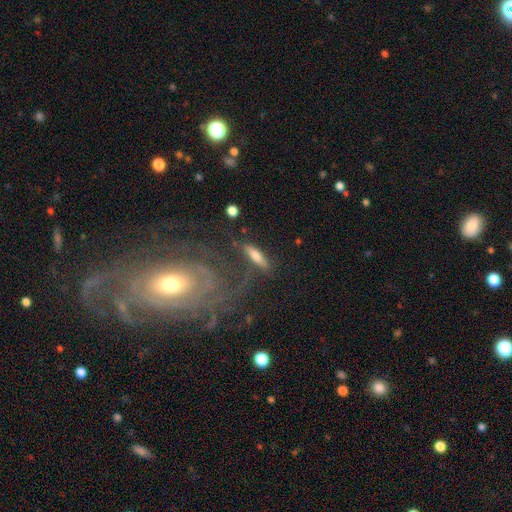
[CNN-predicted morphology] Q: Smooth or featured?
A: smooth (47%); runner-up: featured or disk (42%)
Q: Merging?
A: none (71%); runner-up: minor disturbance (15%)